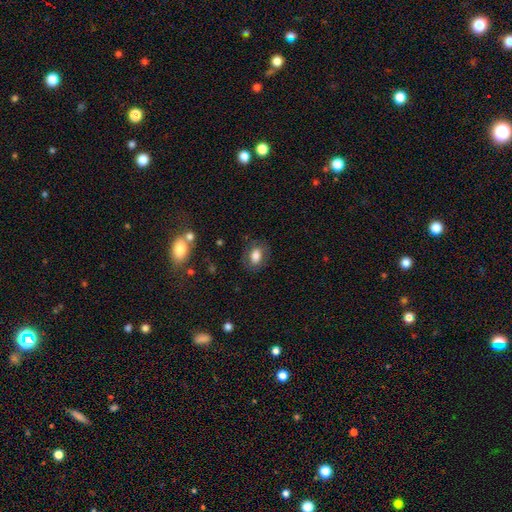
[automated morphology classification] This is likely a smooth galaxy (75%). How rounded: likely in between (78%). Merging: likely none (77%).